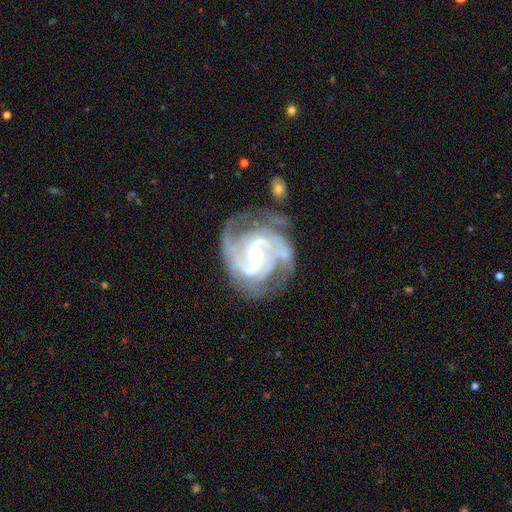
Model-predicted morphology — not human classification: Overall: featured or disk (92%). Edge-on disk: no (98%). Bar: no (46%; weak 39%). Spiral arms: yes (98%). Spiral arm count: 2 (49%; 3 26%). Spiral winding: medium (47%; tight 45%). Bulge size: small (61%; moderate 35%). Merging: none (62%).